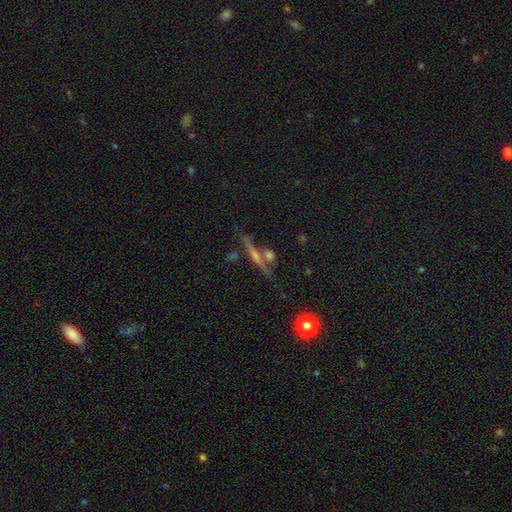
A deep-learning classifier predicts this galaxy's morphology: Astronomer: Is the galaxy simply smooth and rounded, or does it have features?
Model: featured or disk — 64%.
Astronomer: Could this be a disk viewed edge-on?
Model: yes — 93%.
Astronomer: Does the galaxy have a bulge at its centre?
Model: rounded — 54% (runner-up: none, 32%).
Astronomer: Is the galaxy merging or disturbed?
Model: none — 67%.